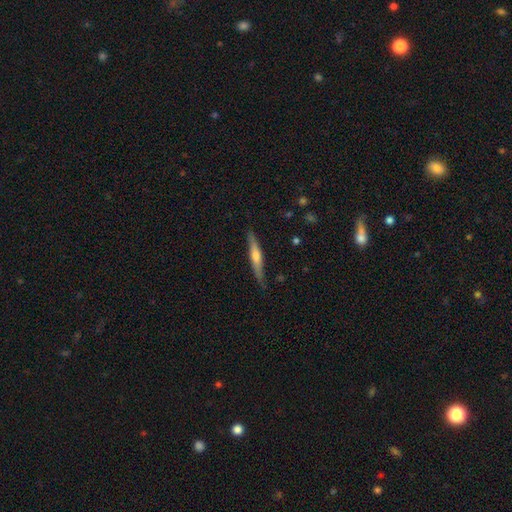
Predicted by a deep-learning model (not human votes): Morphology: type=featured or disk (56%); edge-on=yes (95%); edge-on bulge=rounded (75%); merging=none (82%).